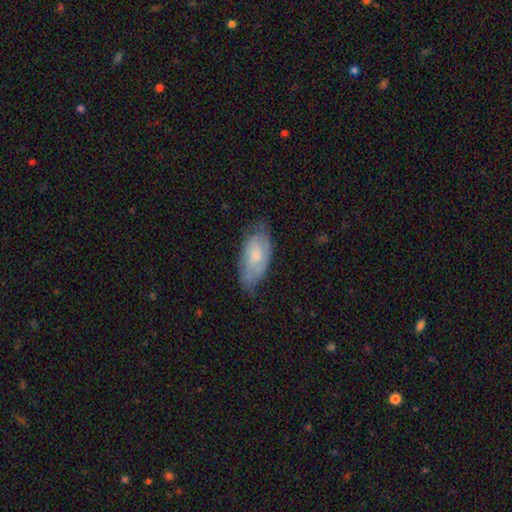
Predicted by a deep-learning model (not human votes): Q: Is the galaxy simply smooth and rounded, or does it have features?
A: smooth — 49%.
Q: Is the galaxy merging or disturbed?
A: none — 59%.